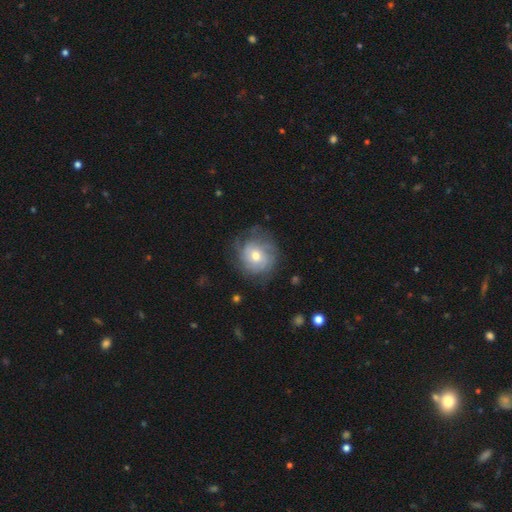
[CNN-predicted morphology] Q: Smooth or featured?
A: featured or disk (61%); runner-up: smooth (31%)
Q: Edge-on disk?
A: no (97%); runner-up: yes (3%)
Q: Bar?
A: no (78%); runner-up: weak (18%)
Q: Spiral arms?
A: yes (80%); runner-up: no (20%)
Q: Bulge size?
A: moderate (64%); runner-up: small (29%)
Q: Merging?
A: none (67%); runner-up: minor disturbance (19%)